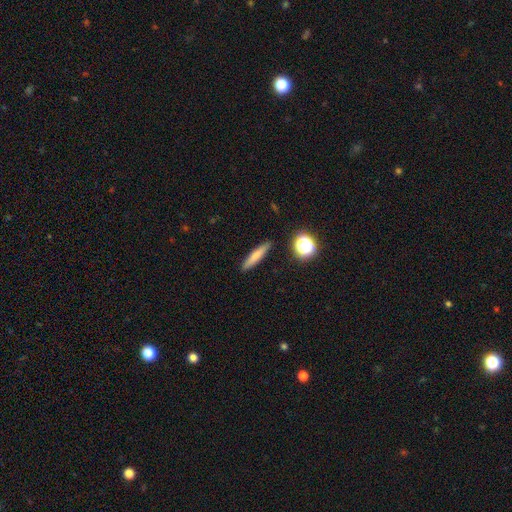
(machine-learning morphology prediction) type=smooth (71%); roundness=cigar-shaped (87%); merging=none (90%).